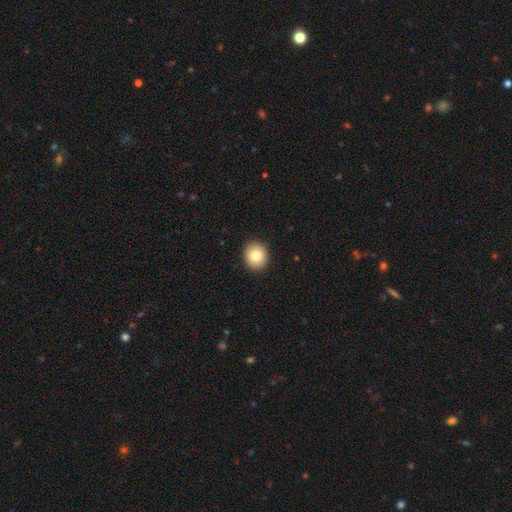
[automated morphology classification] This is clearly a smooth galaxy (82%). How rounded: likely round (74%). Merging: clearly none (91%).